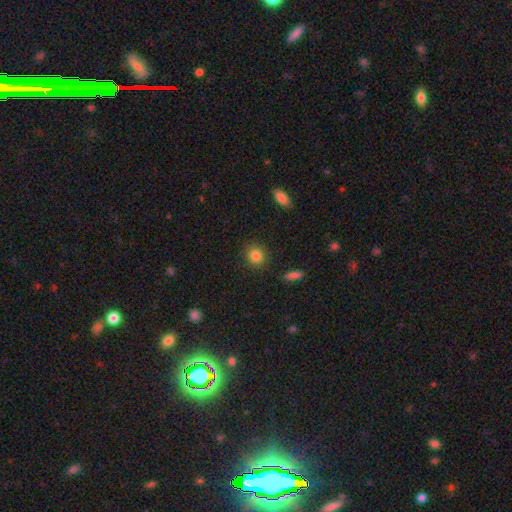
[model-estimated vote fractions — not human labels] This is clearly a smooth galaxy (85%). How rounded: likely round (76%). Merging: clearly none (88%).